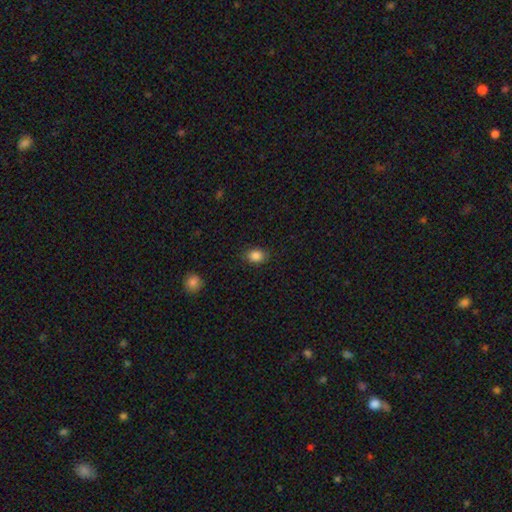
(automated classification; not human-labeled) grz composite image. It shows a smooth galaxy with no disk features (86%) that is in between round and cigar-shaped (58%). Merging: none (86%).